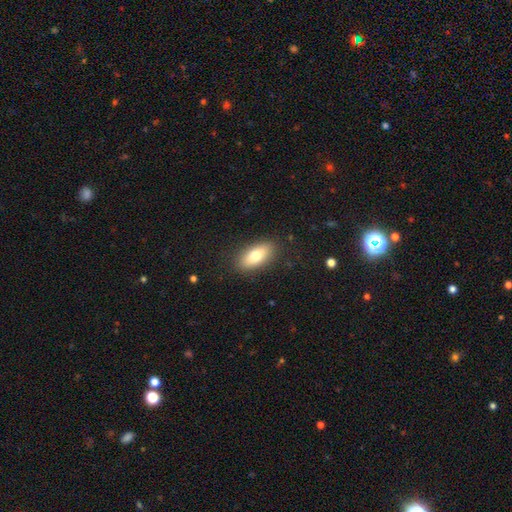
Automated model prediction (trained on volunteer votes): smooth_or_featured: smooth (p=0.78) [alt: featured or disk p=0.15]
how_rounded: in between (p=0.85) [alt: cigar-shaped p=0.11]
merging: none (p=0.87) [alt: minor disturbance p=0.09]